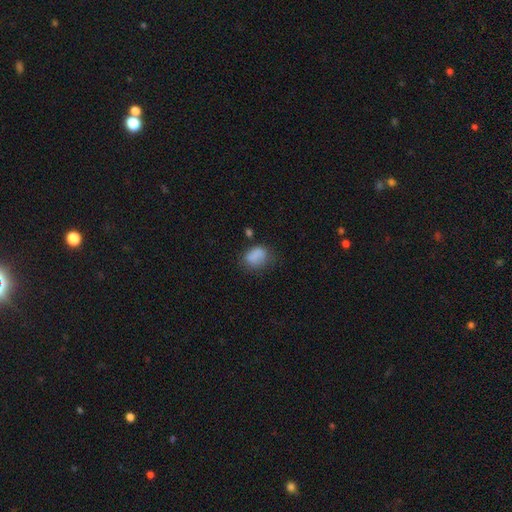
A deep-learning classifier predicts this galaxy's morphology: smooth-or-featured: smooth: 80% | star or artifact: 10% | featured or disk: 9%
  how-rounded: in between: 66% | round: 33% | cigar-shaped: 1%
  merging: none: 54% | minor disturbance: 28% | major disturbance: 12% | merger: 6%